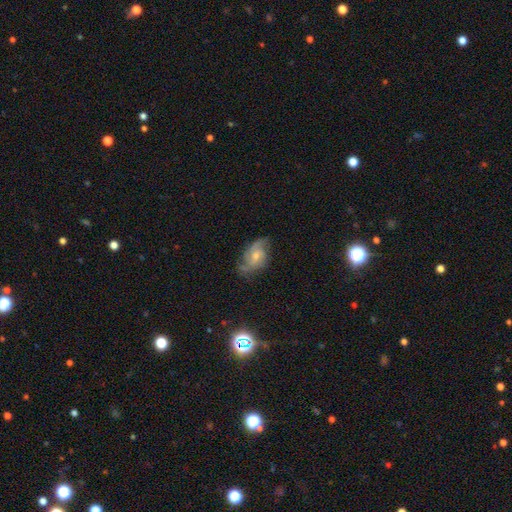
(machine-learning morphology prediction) A featured or disk galaxy (68%) with no bar (64%), 2 (46%) medium (45%) spiral arms (89%) and a small central bulge (47%). Merging: none (59%).